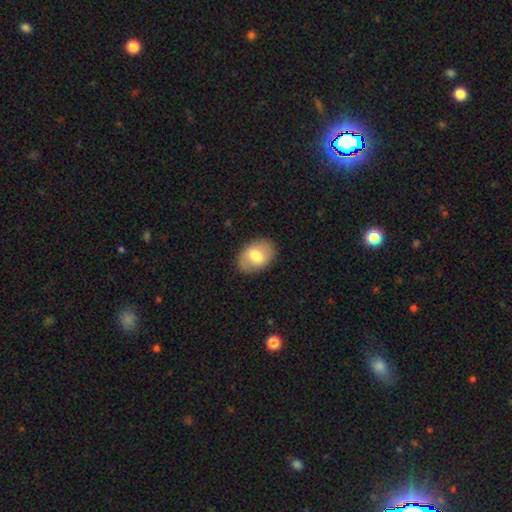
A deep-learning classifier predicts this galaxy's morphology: Smooth or featured? Predicted: smooth (p=0.71). How rounded? Predicted: in between (p=0.79). Merging? Predicted: none (p=0.86).